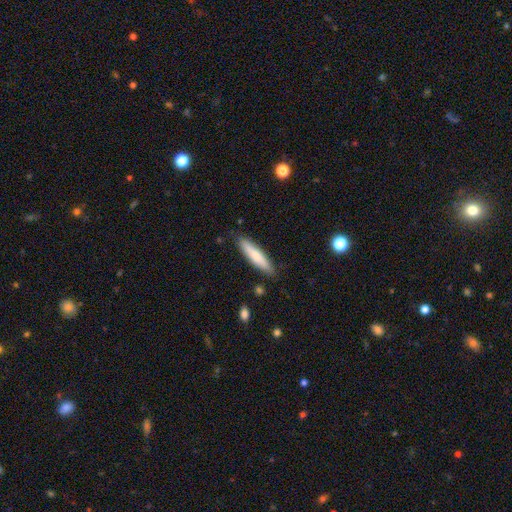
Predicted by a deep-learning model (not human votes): Smooth or featured?
  - smooth: 76% *
  - featured or disk: 18%
  - star or artifact: 5%
How rounded?
  - cigar-shaped: 83% *
  - in between: 15%
  - round: 1%
Merging?
  - none: 86% *
  - minor disturbance: 10%
  - major disturbance: 2%
  - merger: 2%